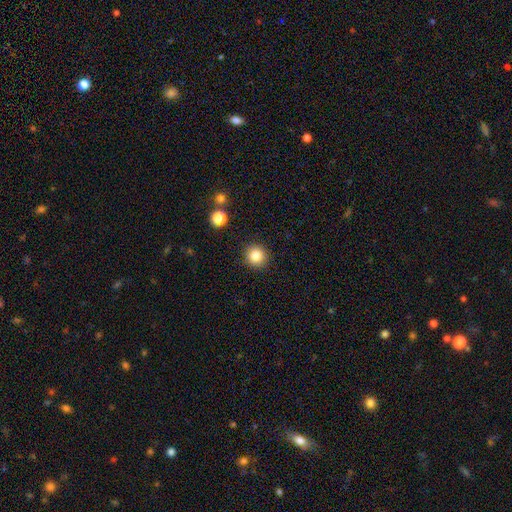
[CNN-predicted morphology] Smooth or featured: smooth — 83% (star or artifact — 11%)
How rounded: round — 93% (in between — 6%)
Merging: none — 91% (minor disturbance — 6%)